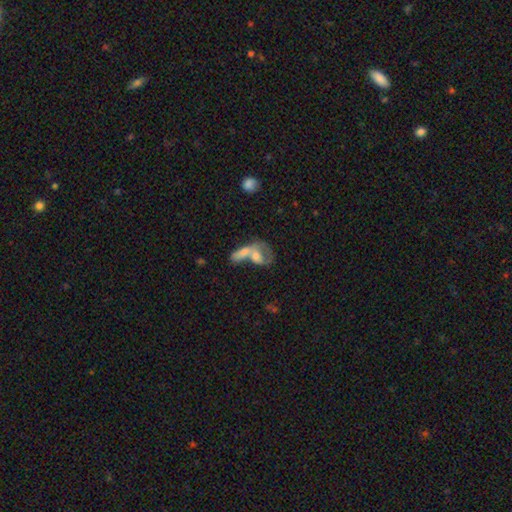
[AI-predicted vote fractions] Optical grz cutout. It shows a smooth galaxy with no disk features (57%) that is in between round and cigar-shaped (73%). Merging: merger (68%).